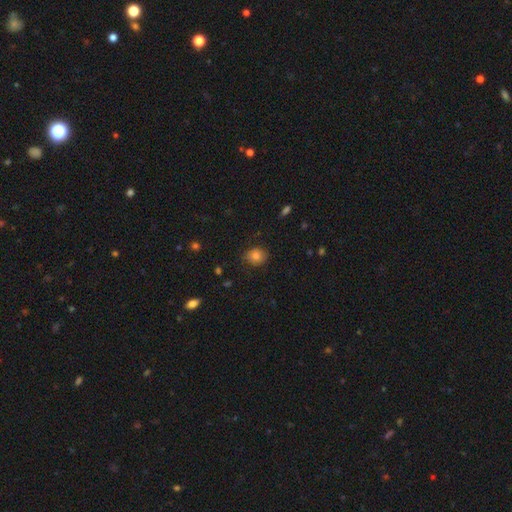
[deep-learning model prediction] Overall: smooth (81%). How rounded: round (65%; in between 34%). Merging: none (77%).